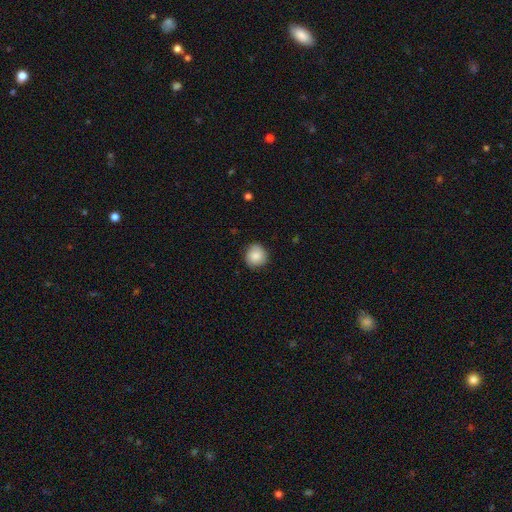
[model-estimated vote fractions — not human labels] Smooth or featured? Predicted: smooth (p=0.85). How rounded? Predicted: round (p=0.91). Merging? Predicted: none (p=0.85).